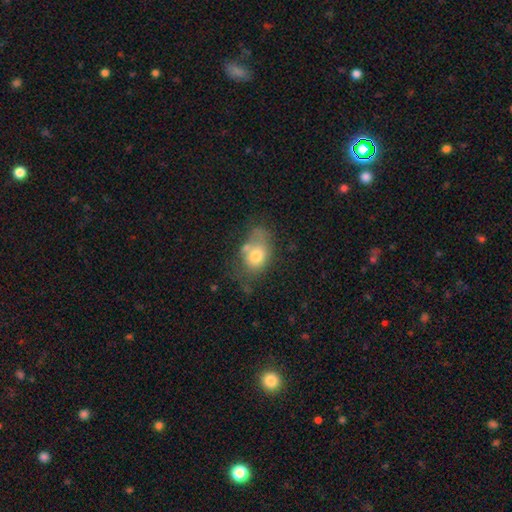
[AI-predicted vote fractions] smooth-or-featured: smooth: 70% | featured or disk: 21% | star or artifact: 9%
  how-rounded: in between: 71% | round: 27% | cigar-shaped: 1%
  merging: none: 36% | minor disturbance: 28% | major disturbance: 20% | merger: 16%